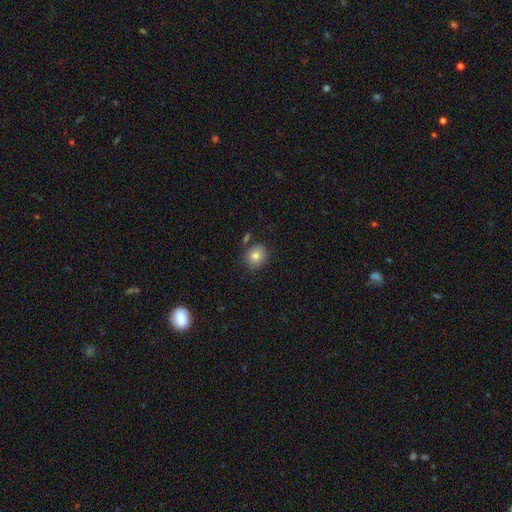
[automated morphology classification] Smooth or featured: smooth — 80% (star or artifact — 11%)
How rounded: round — 76% (in between — 23%)
Merging: none — 81% (minor disturbance — 10%)